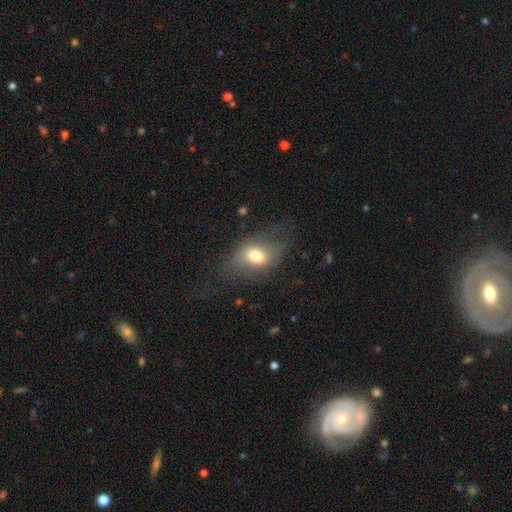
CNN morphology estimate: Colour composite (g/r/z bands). It shows a smooth galaxy with no disk features (65%) that is in between round and cigar-shaped (79%). Merging: none (52%).